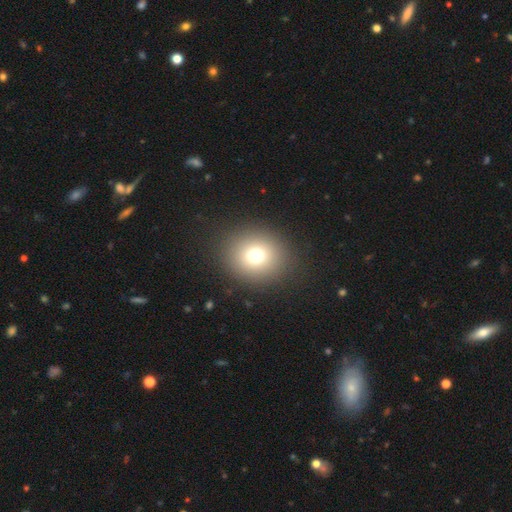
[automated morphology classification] This is likely a smooth galaxy (72%). How rounded: clearly round (82%). Merging: clearly none (89%).